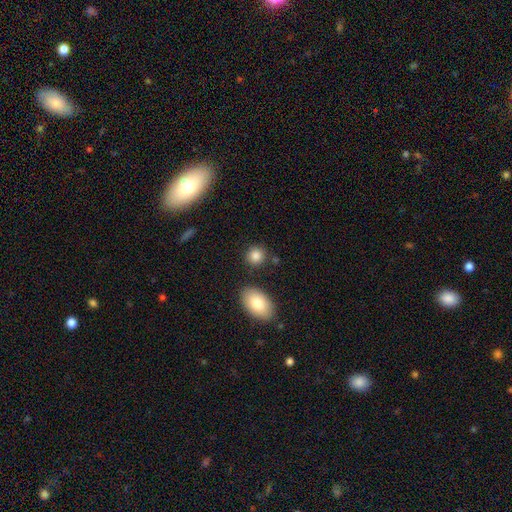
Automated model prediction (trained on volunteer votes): This is clearly a smooth galaxy (86%). How rounded: likely round (80%). Merging: clearly none (81%).